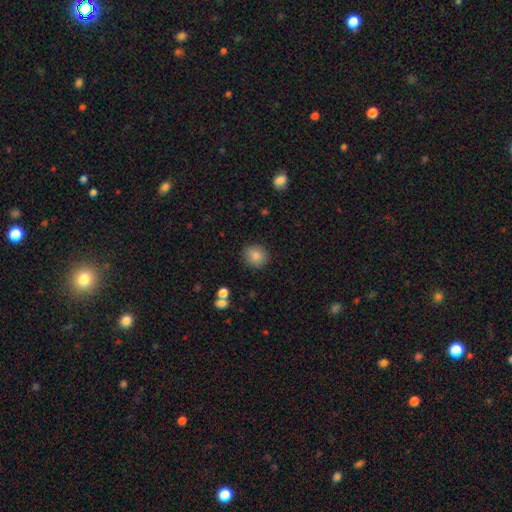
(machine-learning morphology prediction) This appears to be a smooth galaxy with no disk features (83%) that is round (82%). Merging: none (89%).